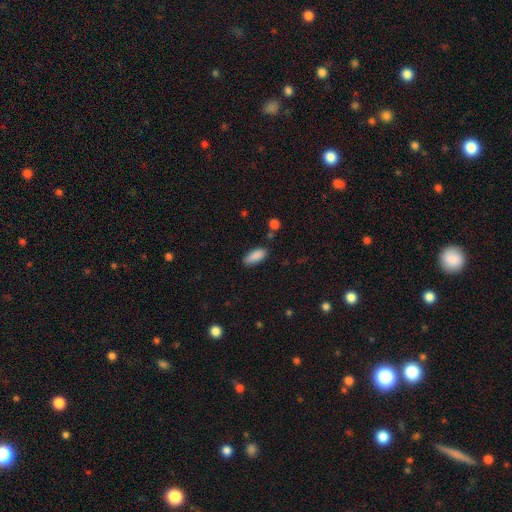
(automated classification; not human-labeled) This is clearly a smooth galaxy (89%). How rounded: likely in between (77%). Merging: clearly none (80%).